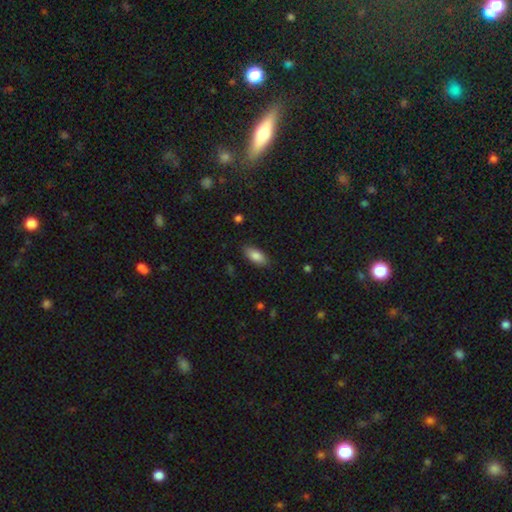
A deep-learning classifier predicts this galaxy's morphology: Q: Smooth or featured?
A: smooth (85%); runner-up: featured or disk (8%)
Q: How rounded?
A: in between (88%); runner-up: cigar-shaped (9%)
Q: Merging?
A: none (85%); runner-up: minor disturbance (12%)